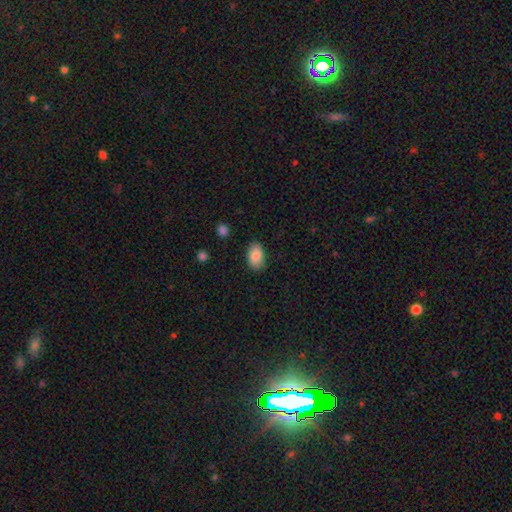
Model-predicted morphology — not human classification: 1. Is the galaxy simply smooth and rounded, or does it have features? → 87% smooth, 7% star or artifact, 7% featured or disk.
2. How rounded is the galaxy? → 92% in between, 6% round, 1% cigar-shaped.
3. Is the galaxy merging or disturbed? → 85% none, 12% minor disturbance, 3% major disturbance, 1% merger.